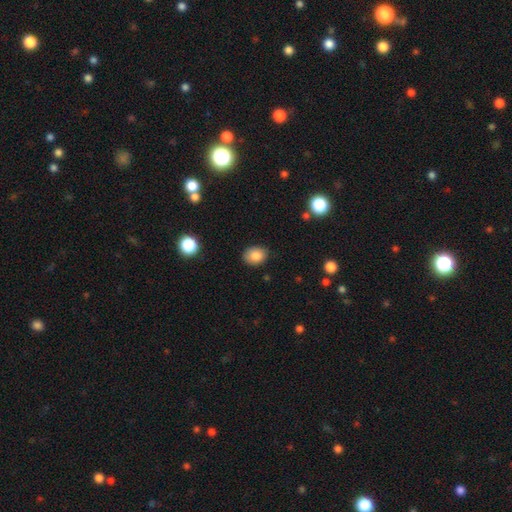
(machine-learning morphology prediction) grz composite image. It shows a smooth galaxy with no disk features (83%) that is in between round and cigar-shaped (56%). Merging: none (85%).